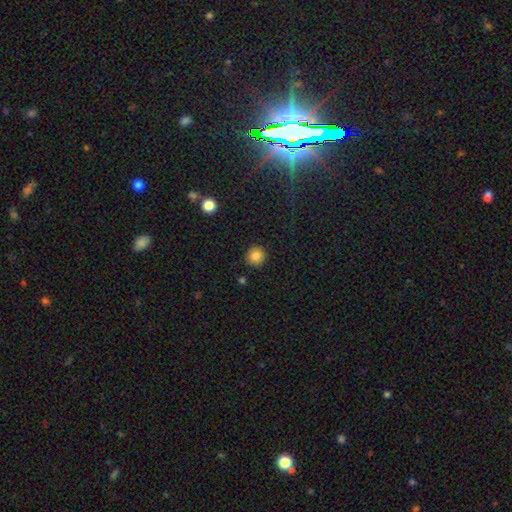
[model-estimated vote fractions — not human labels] Smooth or featured: smooth — 84% (star or artifact — 10%)
How rounded: round — 92% (in between — 8%)
Merging: none — 89% (minor disturbance — 8%)